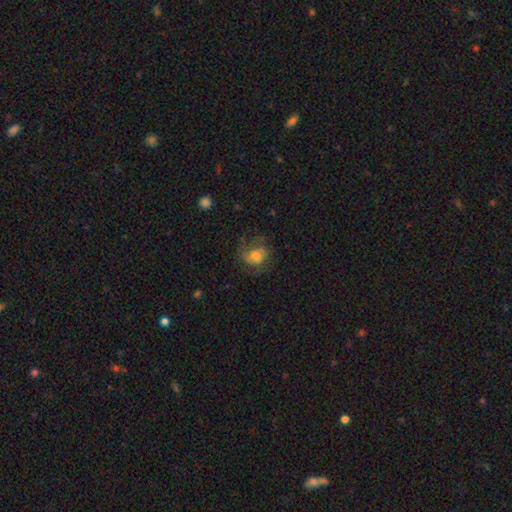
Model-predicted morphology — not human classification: Q: Smooth or featured?
A: smooth (53%); runner-up: featured or disk (37%)
Q: How rounded?
A: round (60%); runner-up: in between (39%)
Q: Merging?
A: none (49%); runner-up: major disturbance (26%)